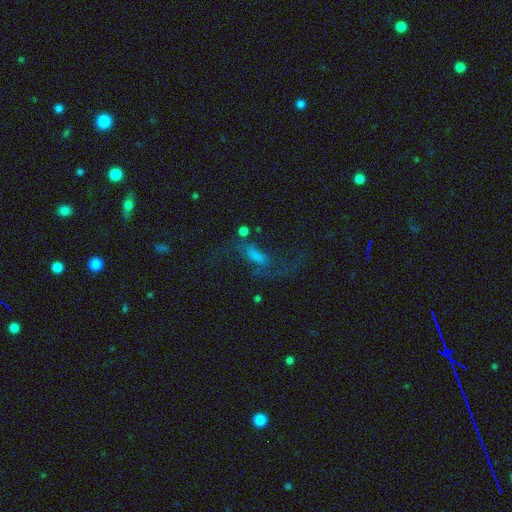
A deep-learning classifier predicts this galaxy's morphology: A featured or disk galaxy (55%). Merging: none (45%).